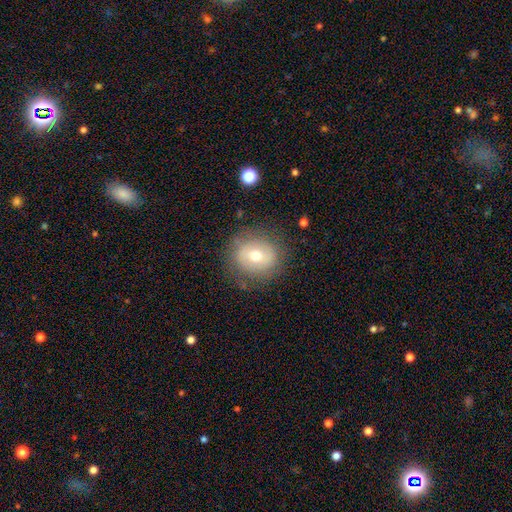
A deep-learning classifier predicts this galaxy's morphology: A smooth galaxy with no disk features (56%) that is round (82%). Merging: none (81%).